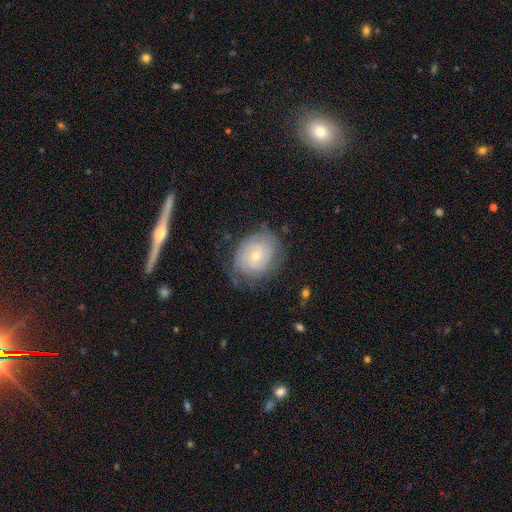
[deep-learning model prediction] This is likely a featured or disk galaxy (73%). It is clearly not viewed edge-on (97%). Bar: likely no (76%). Spiral arm pattern: clearly yes (89%). Spiral arm count: possibly can't tell (46%). Spiral winding: likely tight (77%). Central bulge: likely small (65%). Merging: likely none (70%).